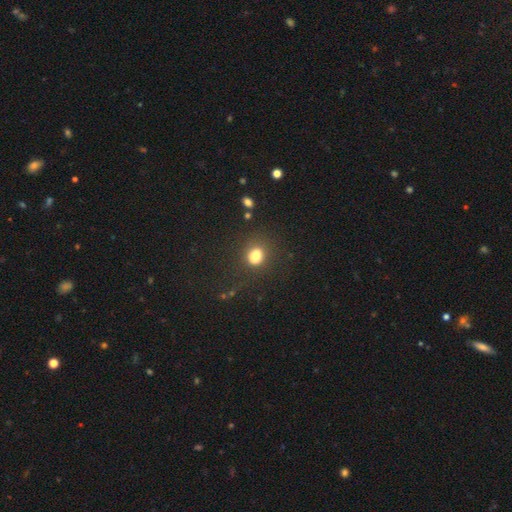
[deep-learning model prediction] A smooth galaxy with no disk features (80%) that is round (50%). Merging: none (71%).